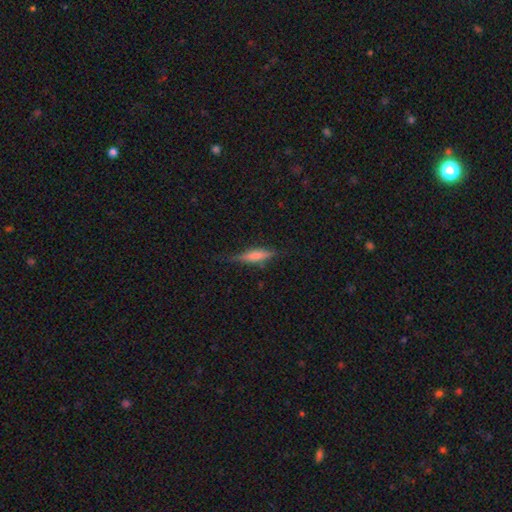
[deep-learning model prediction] Smooth or featured? smooth (56%)
How rounded? cigar-shaped (71%)
Merging? none (74%)